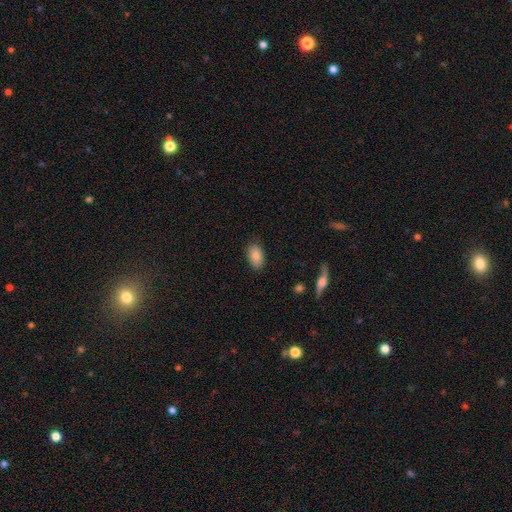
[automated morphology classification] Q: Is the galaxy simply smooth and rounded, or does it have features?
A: smooth — 84%.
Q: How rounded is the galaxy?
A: in between — 91%.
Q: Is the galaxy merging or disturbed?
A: none — 84%.